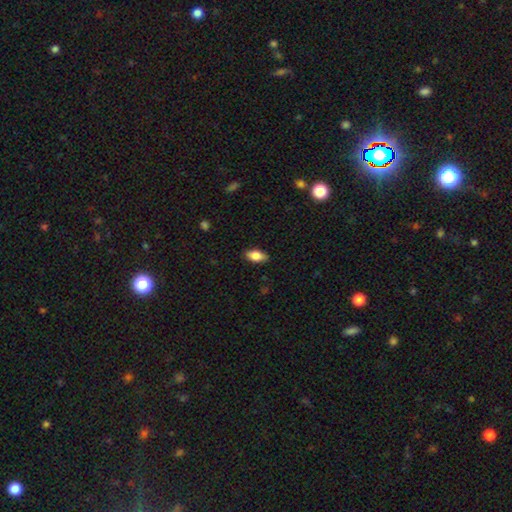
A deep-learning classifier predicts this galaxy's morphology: A smooth galaxy with no disk features (83%) that is in between round and cigar-shaped (90%). Merging: none (87%).